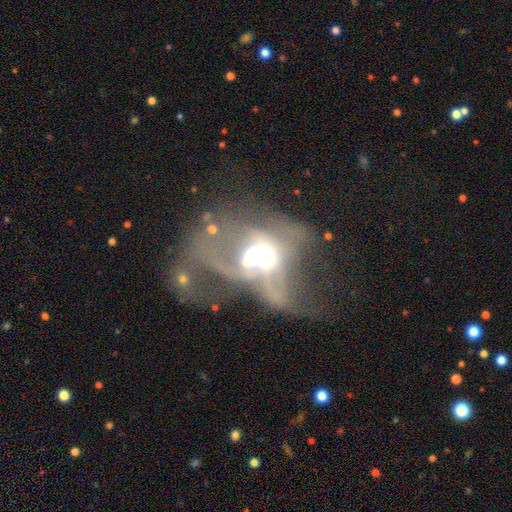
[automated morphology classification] Smooth or featured?
  - featured or disk: 63% *
  - smooth: 24%
  - star or artifact: 13%
Edge-on disk?
  - no: 94% *
  - yes: 6%
Bar?
  - no: 71% *
  - weak: 20%
  - strong: 9%
Spiral arms?
  - no: 65% *
  - yes: 35%
Bulge size?
  - moderate: 55% *
  - large: 26%
  - small: 9%
  - dominant: 6%
  - none: 4%
Merging?
  - merger: 57% *
  - major disturbance: 31%
  - none: 7%
  - minor disturbance: 5%